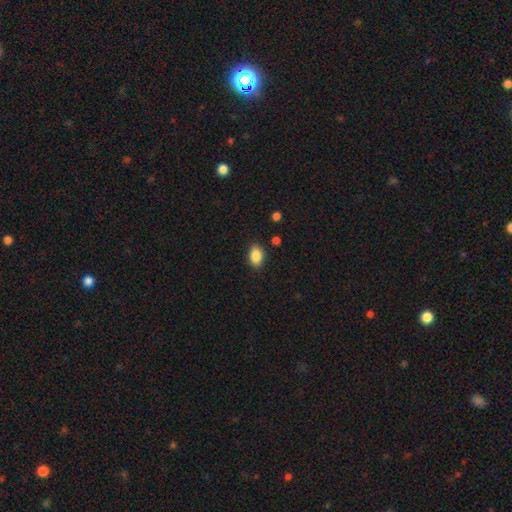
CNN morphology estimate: Overall: smooth (87%). How rounded: in between (85%). Merging: none (86%).